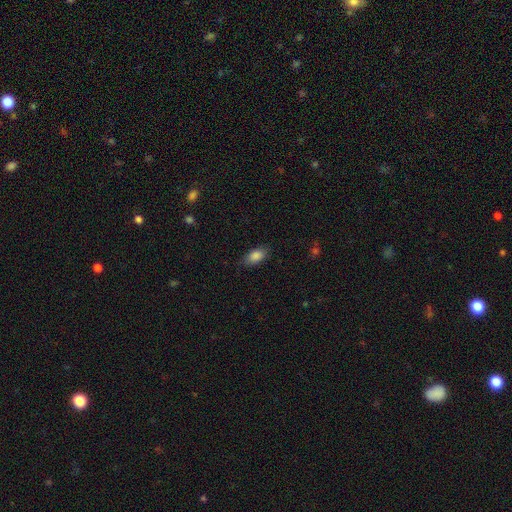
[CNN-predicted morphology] smooth_or_featured: smooth (p=0.86) [alt: star or artifact p=0.07]
how_rounded: in between (p=0.90) [alt: cigar-shaped p=0.05]
merging: none (p=0.81) [alt: minor disturbance p=0.15]